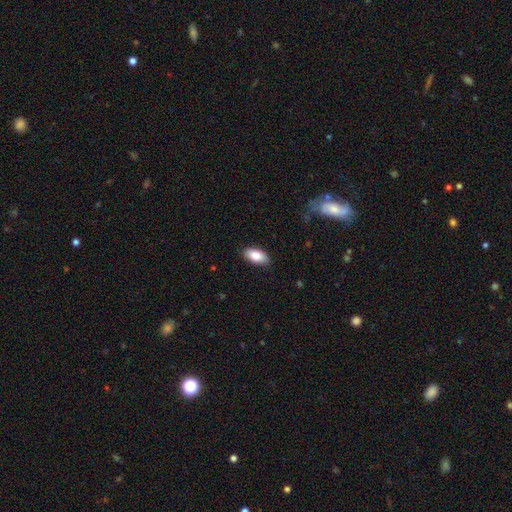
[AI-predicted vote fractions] smooth-or-featured: smooth: 83% | featured or disk: 10% | star or artifact: 6%
  how-rounded: in between: 92% | cigar-shaped: 5% | round: 3%
  merging: none: 88% | minor disturbance: 9% | major disturbance: 2% | merger: 1%